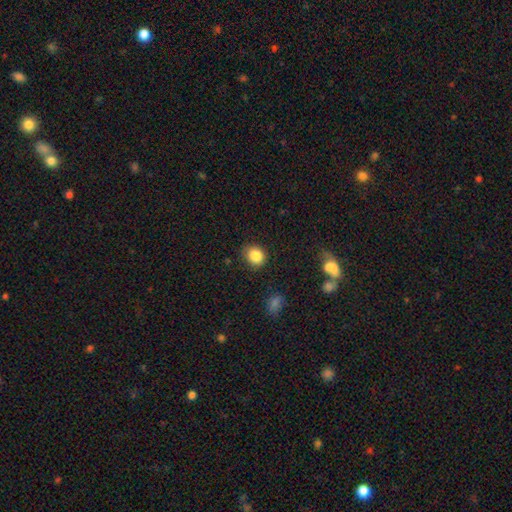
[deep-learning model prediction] Smooth or featured? Predicted: smooth (p=0.86). How rounded? Predicted: round (p=0.74). Merging? Predicted: none (p=0.82).